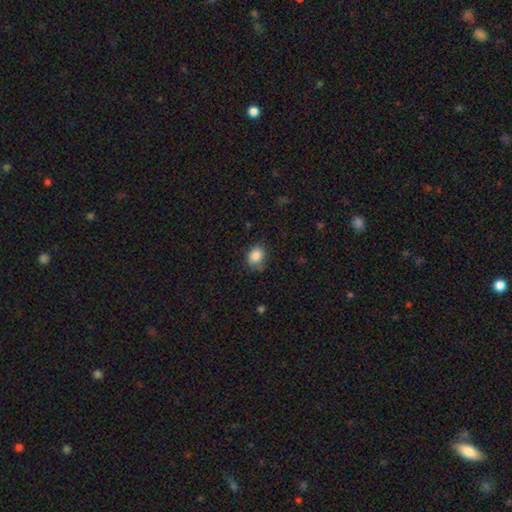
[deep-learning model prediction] The model was most divided on "how rounded": round: 51%, in between: 48%, cigar-shaped: 1%. More confident: smooth or featured — smooth (85%); merging — none (67%).